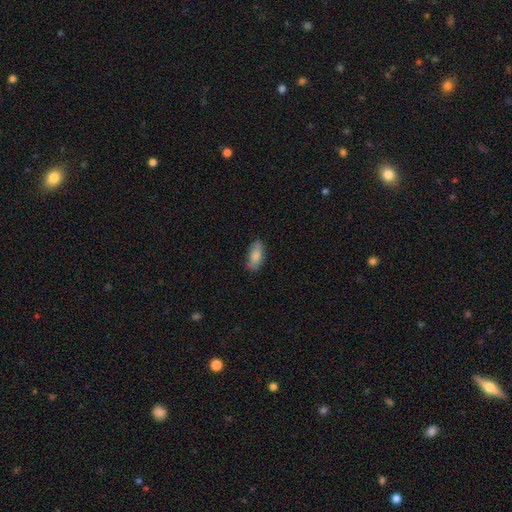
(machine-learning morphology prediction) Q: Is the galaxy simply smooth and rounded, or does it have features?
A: smooth — 83%.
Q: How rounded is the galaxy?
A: in between — 86%.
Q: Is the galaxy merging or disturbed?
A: none — 75%.